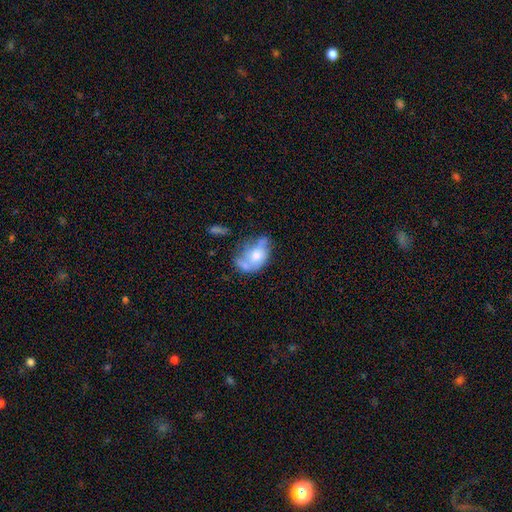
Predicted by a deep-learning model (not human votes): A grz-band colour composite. It shows a smooth galaxy with no disk features (51%) that is in between round and cigar-shaped (76%). Merging: none (29%).